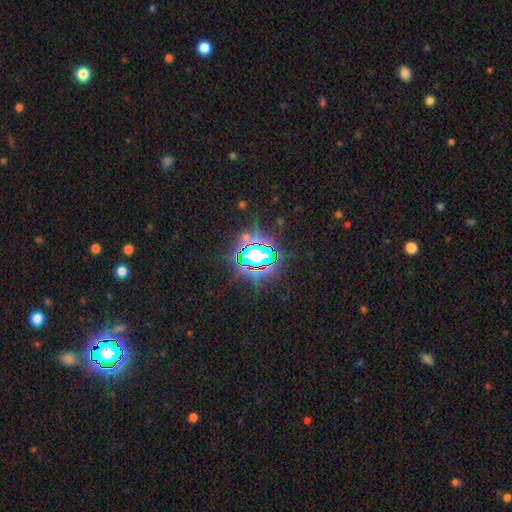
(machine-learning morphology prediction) Overall: star or artifact (74%).